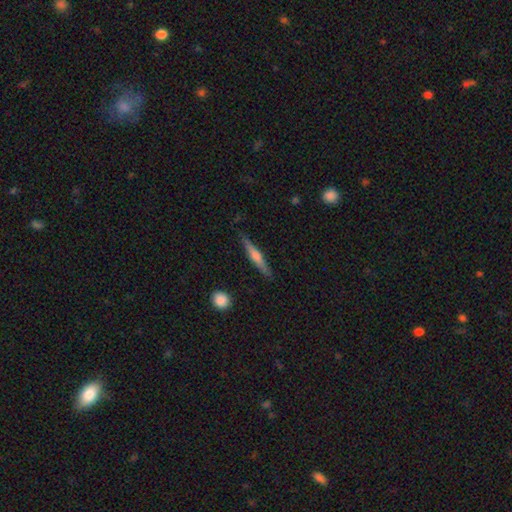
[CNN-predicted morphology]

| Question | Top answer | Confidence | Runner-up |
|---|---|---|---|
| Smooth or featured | featured or disk | 55% | smooth (39%) |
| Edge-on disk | yes | 96% | no (4%) |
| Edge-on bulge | rounded | 79% | none (11%) |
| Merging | none | 86% | minor disturbance (10%) |